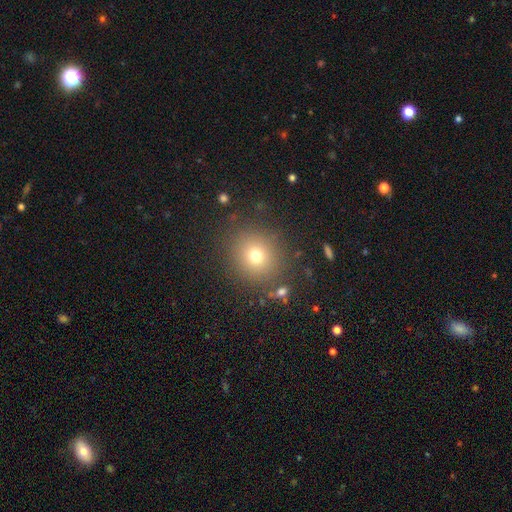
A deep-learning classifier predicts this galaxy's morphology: This appears to be a smooth galaxy with no disk features (72%) that is round (89%). Merging: none (85%).